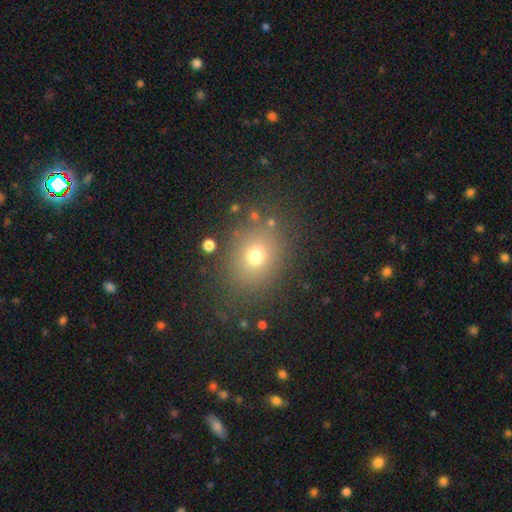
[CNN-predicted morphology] smooth_or_featured: smooth (p=0.71) [alt: star or artifact p=0.18]
how_rounded: round (p=0.63) [alt: in between p=0.36]
merging: none (p=0.81) [alt: minor disturbance p=0.11]